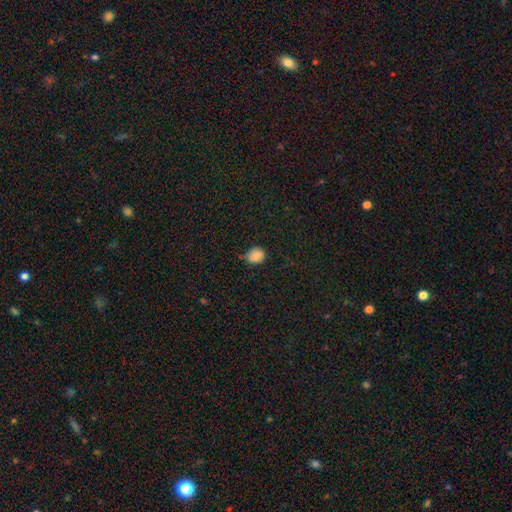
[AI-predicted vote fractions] Smooth or featured: smooth — 84% (star or artifact — 11%)
How rounded: round — 64% (in between — 35%)
Merging: none — 63% (minor disturbance — 29%)